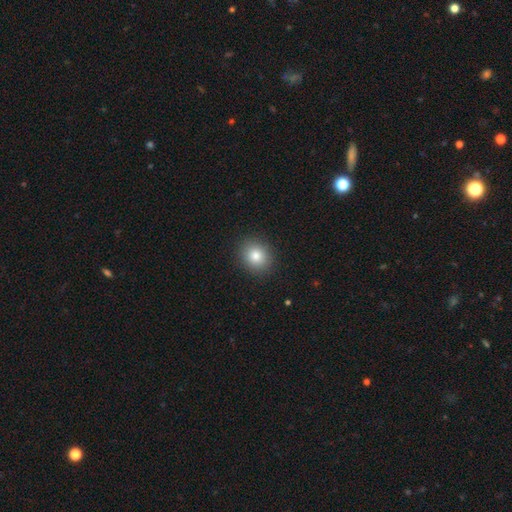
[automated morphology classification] smooth 82%, star or artifact 11%, featured or disk 7%. Down the decision tree: how rounded — round (75%); merging — none (90%).